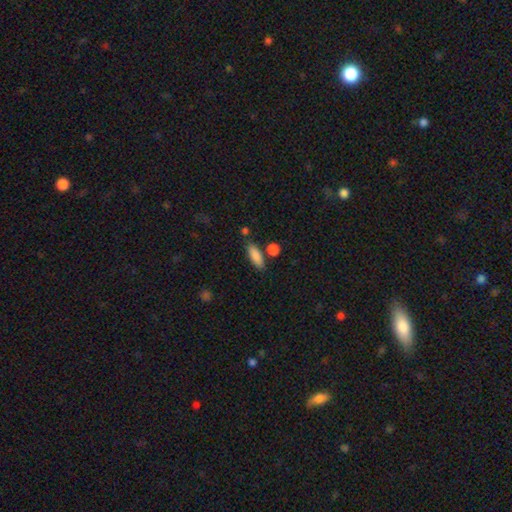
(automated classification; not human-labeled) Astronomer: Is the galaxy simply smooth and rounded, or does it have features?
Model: smooth — 86%.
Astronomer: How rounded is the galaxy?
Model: in between — 61% (runner-up: cigar-shaped, 36%).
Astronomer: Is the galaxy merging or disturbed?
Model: none — 77%.